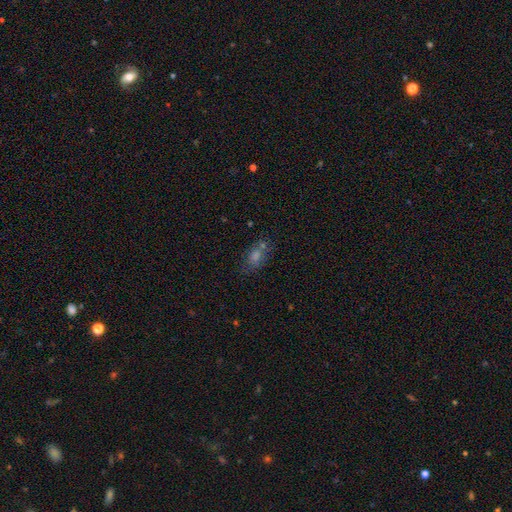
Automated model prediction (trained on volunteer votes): Smooth or featured? Predicted: smooth (p=0.56). How rounded? Predicted: in between (p=0.73). Merging? Predicted: none (p=0.61).